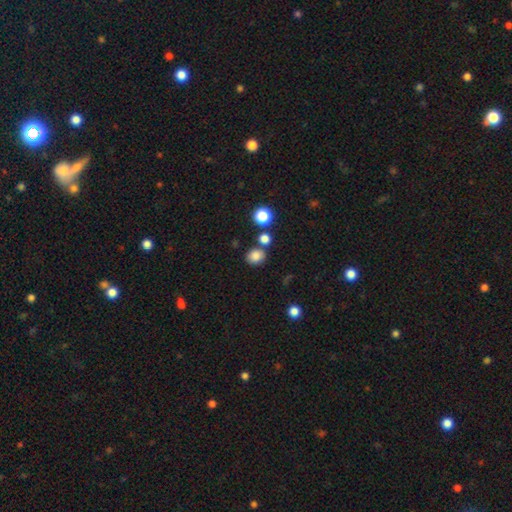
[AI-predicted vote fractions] The model was most divided on "how rounded": round: 64%, in between: 36%, cigar-shaped: 1%. More confident: smooth or featured — smooth (83%); merging — none (71%).